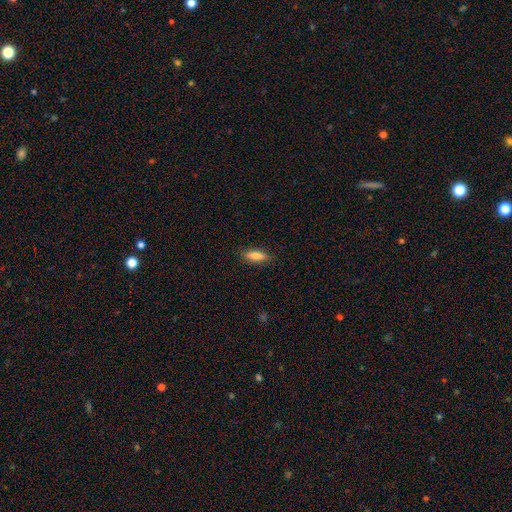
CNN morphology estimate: type=smooth (82%); roundness=cigar-shaped (50%); merging=none (86%).